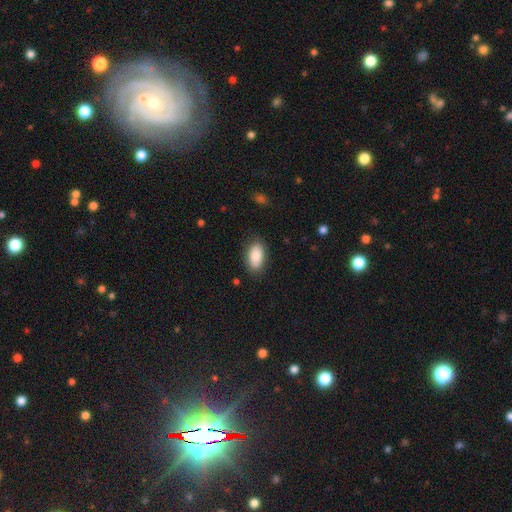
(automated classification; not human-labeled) Smooth or featured: smooth — 85% (featured or disk — 8%)
How rounded: in between — 93% (round — 4%)
Merging: none — 82% (minor disturbance — 13%)